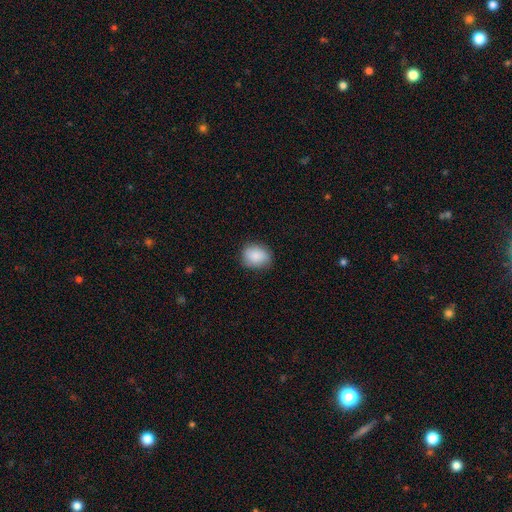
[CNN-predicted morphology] smooth_or_featured: smooth (p=0.84) [alt: featured or disk p=0.09]
how_rounded: round (p=0.58) [alt: in between p=0.41]
merging: none (p=0.78) [alt: minor disturbance p=0.17]